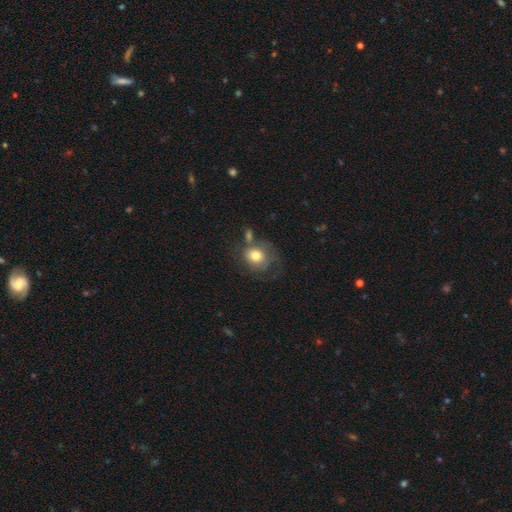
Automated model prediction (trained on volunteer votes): Morphology: type=smooth (69%); roundness=round (71%); merging=none (41%).